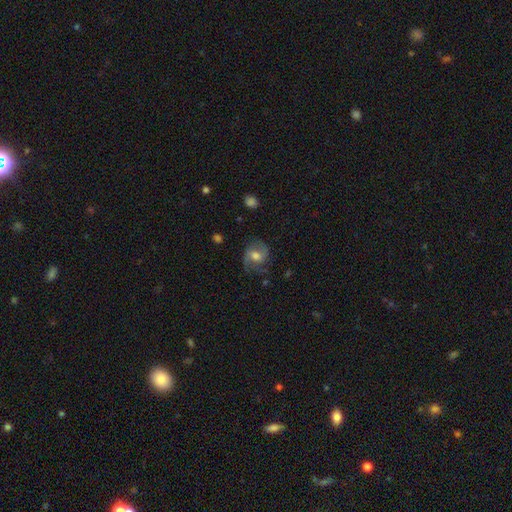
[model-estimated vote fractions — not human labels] This is likely a featured or disk galaxy (61%). It is clearly not viewed edge-on (97%). Bar: possibly no (47%). Spiral arm pattern: clearly yes (89%). Spiral arm count: likely 2 (75%). Spiral winding: possibly medium (50%). Central bulge: possibly moderate (60%). Merging: likely none (67%).